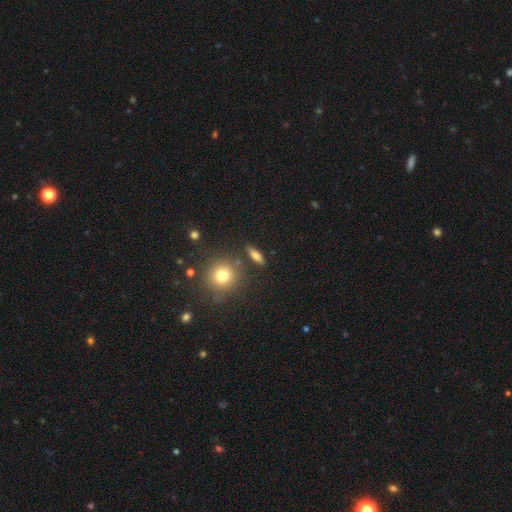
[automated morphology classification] Q: Smooth or featured?
A: smooth (61%); runner-up: featured or disk (27%)
Q: How rounded?
A: cigar-shaped (47%); runner-up: in between (37%)
Q: Merging?
A: none (83%); runner-up: minor disturbance (10%)